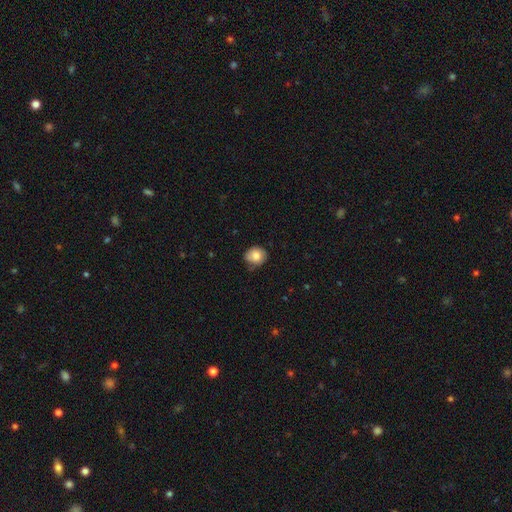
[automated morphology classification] This is likely a smooth galaxy (79%). How rounded: likely round (66%). Merging: likely none (61%).